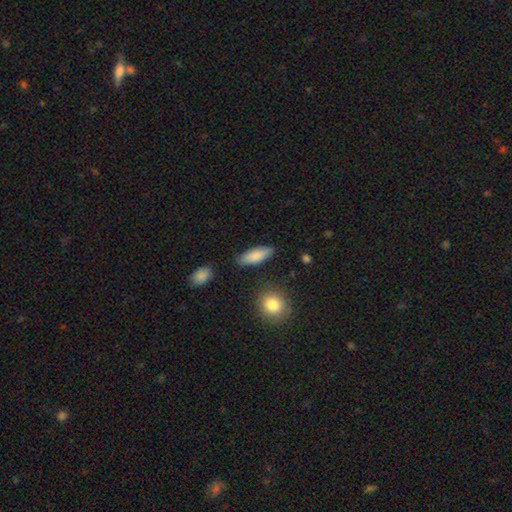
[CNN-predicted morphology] Q: Smooth or featured?
A: smooth (85%); runner-up: featured or disk (9%)
Q: How rounded?
A: in between (70%); runner-up: cigar-shaped (27%)
Q: Merging?
A: none (84%); runner-up: minor disturbance (11%)